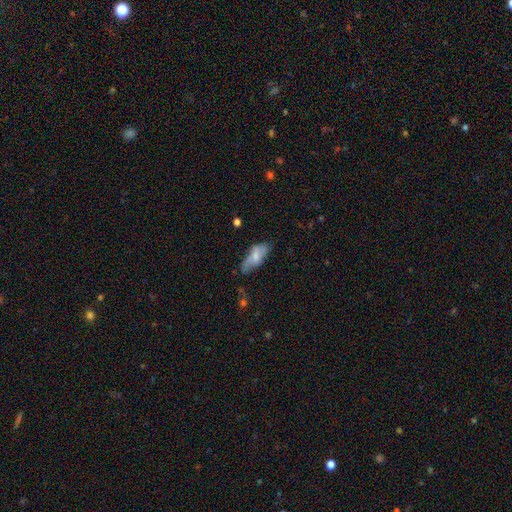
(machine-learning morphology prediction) Smooth or featured? smooth (65%)
How rounded? in between (79%)
Merging? none (52%)